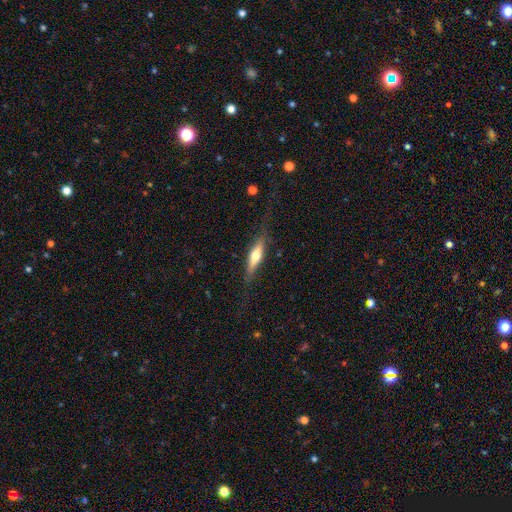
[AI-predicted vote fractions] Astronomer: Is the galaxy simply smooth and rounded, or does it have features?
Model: featured or disk — 48% (runner-up: smooth, 46%).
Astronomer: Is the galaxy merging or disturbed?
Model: none — 75%.